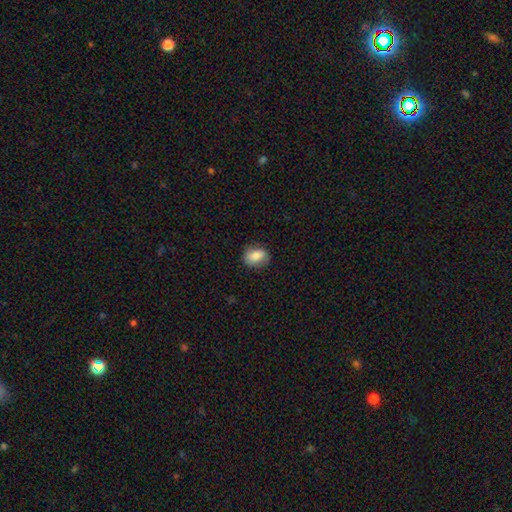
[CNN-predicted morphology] A smooth galaxy with no disk features (78%) that is in between round and cigar-shaped (66%). Merging: none (79%).